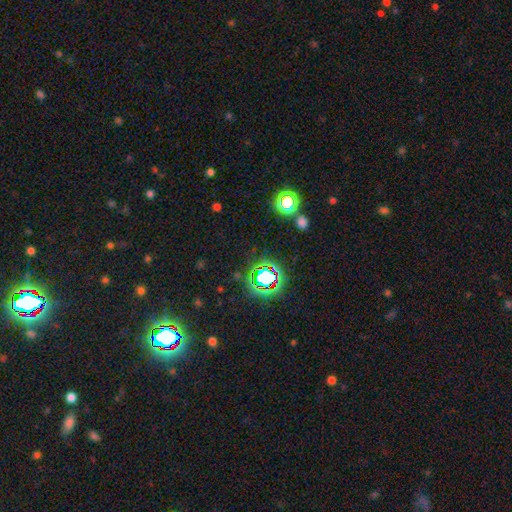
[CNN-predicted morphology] Smooth or featured: star or artifact — 79% (smooth — 13%)